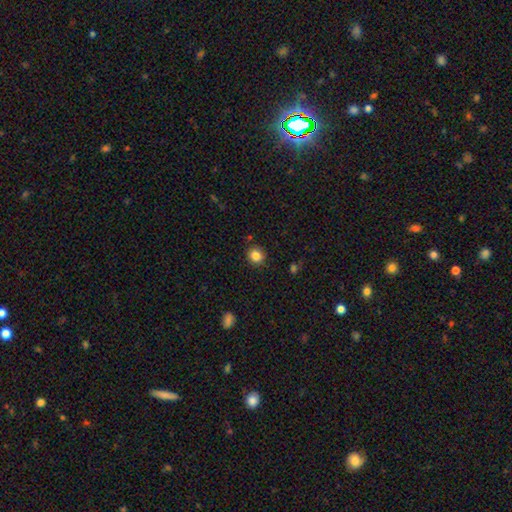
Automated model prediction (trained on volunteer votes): The model was most divided on "how rounded": round: 84%, in between: 15%, cigar-shaped: 1%. More confident: merging — none (89%); smooth or featured — smooth (84%).